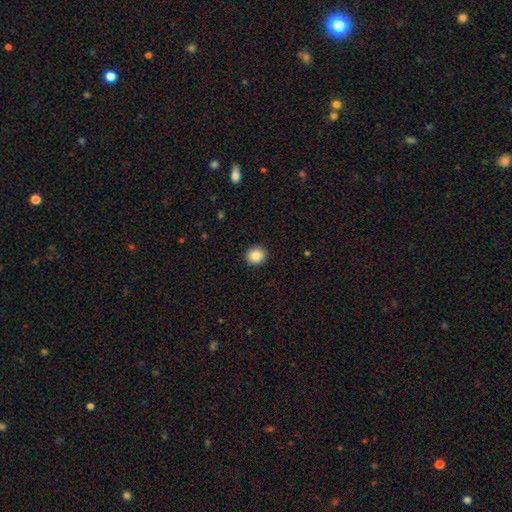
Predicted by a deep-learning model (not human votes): Smooth or featured?
  - smooth: 87% *
  - star or artifact: 9%
  - featured or disk: 4%
How rounded?
  - round: 85% *
  - in between: 14%
  - cigar-shaped: 1%
Merging?
  - none: 92% *
  - minor disturbance: 5%
  - major disturbance: 2%
  - merger: 1%